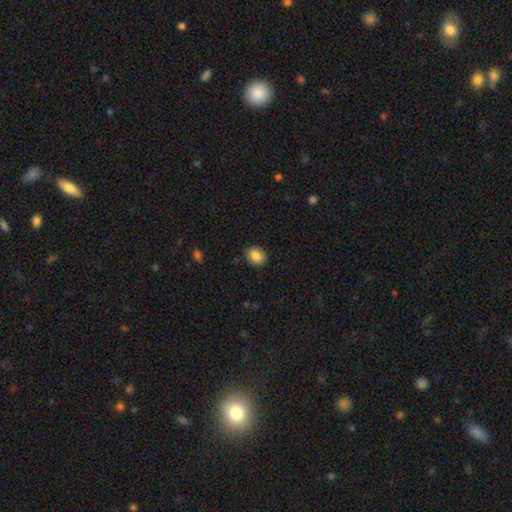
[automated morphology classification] smooth 87%, star or artifact 9%, featured or disk 5%. Down the decision tree: how rounded — round (63%); merging — none (90%).